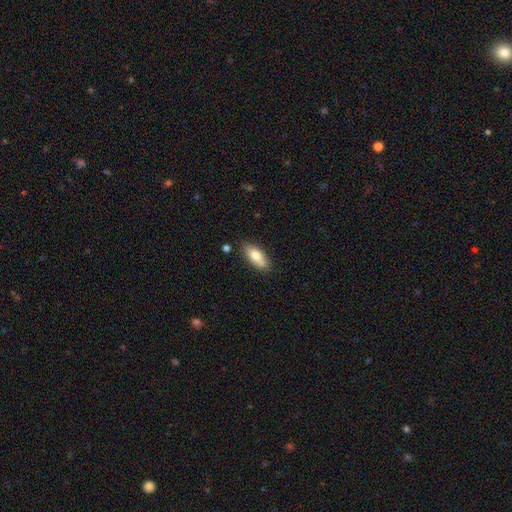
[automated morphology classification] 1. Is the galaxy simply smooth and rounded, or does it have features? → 79% smooth, 15% featured or disk, 7% star or artifact.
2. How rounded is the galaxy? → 82% in between, 16% cigar-shaped, 2% round.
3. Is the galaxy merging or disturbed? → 76% none, 17% minor disturbance, 4% merger, 3% major disturbance.